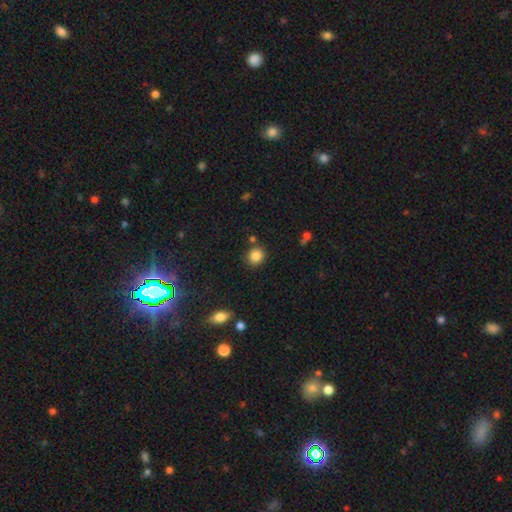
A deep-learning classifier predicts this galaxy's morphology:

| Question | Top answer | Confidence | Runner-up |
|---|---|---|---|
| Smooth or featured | smooth | 85% | star or artifact (10%) |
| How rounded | round | 85% | in between (14%) |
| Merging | none | 83% | minor disturbance (9%) |